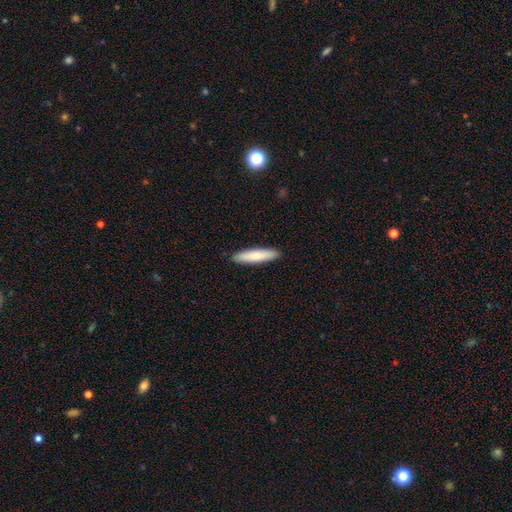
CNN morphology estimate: Q: Smooth or featured?
A: smooth (80%); runner-up: featured or disk (14%)
Q: How rounded?
A: cigar-shaped (85%); runner-up: in between (14%)
Q: Merging?
A: none (91%); runner-up: minor disturbance (6%)